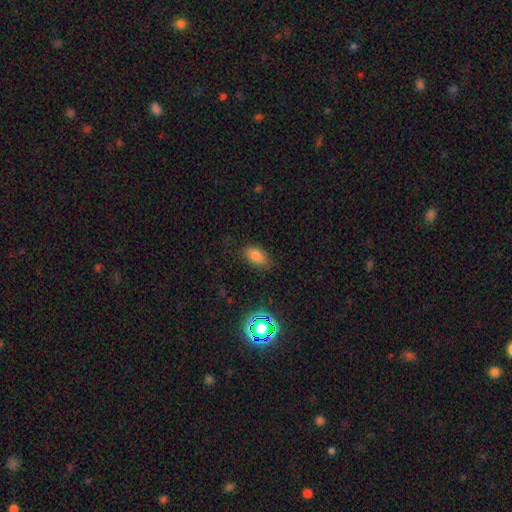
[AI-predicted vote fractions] Smooth or featured?
  - smooth: 80% *
  - star or artifact: 13%
  - featured or disk: 7%
How rounded?
  - in between: 89% *
  - round: 7%
  - cigar-shaped: 3%
Merging?
  - none: 80% *
  - minor disturbance: 14%
  - major disturbance: 4%
  - merger: 1%